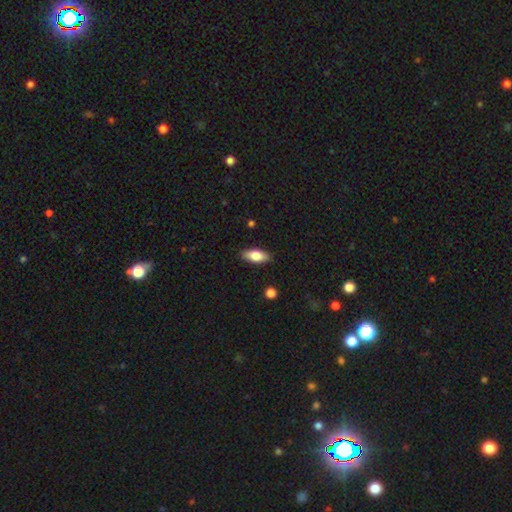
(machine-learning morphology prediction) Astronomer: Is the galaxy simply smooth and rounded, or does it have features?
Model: smooth — 78%.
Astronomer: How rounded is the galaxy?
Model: in between — 84%.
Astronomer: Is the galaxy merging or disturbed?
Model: none — 87%.